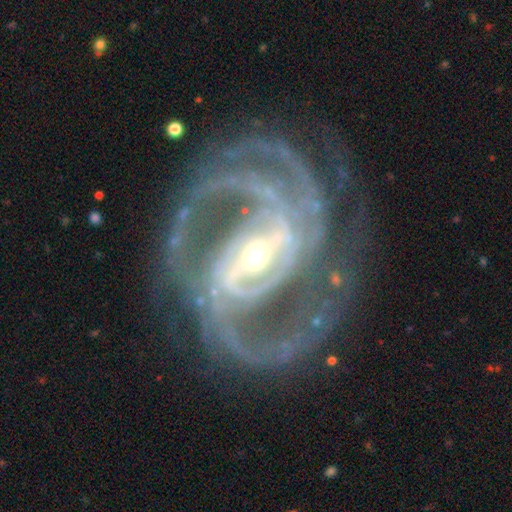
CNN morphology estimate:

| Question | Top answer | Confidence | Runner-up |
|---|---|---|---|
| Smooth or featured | featured or disk | 93% | star or artifact (5%) |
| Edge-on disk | no | 98% | yes (2%) |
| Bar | strong | 62% | weak (29%) |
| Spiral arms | yes | 99% | no (1%) |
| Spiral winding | medium | 49% | tight (42%) |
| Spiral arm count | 2 | 37% | 3 (28%) |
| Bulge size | small | 58% | moderate (36%) |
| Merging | none | 70% | minor disturbance (15%) |